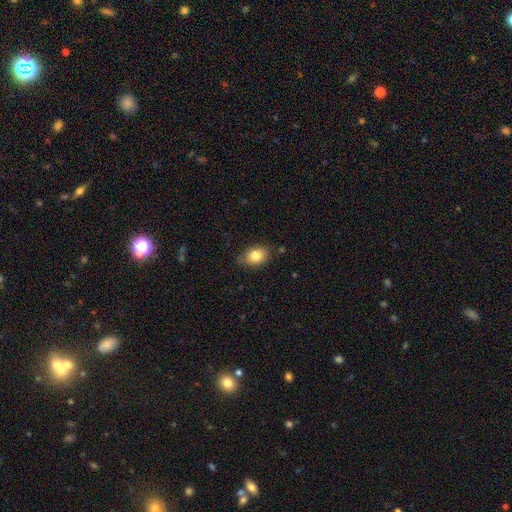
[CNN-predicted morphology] Smooth or featured? Predicted: smooth (p=0.81). How rounded? Predicted: in between (p=0.75). Merging? Predicted: none (p=0.73).